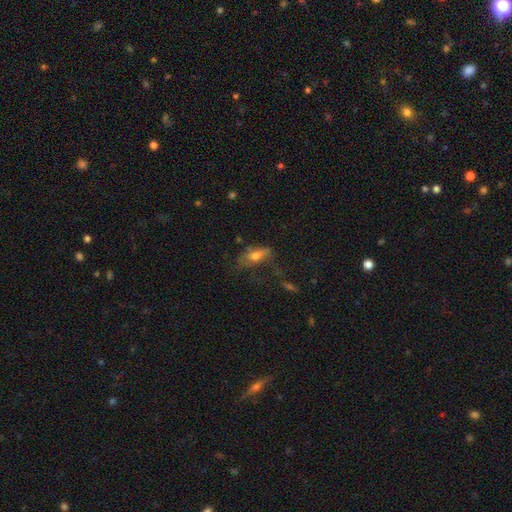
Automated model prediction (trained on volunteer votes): Q: Smooth or featured?
A: smooth (59%); runner-up: featured or disk (29%)
Q: How rounded?
A: in between (78%); runner-up: cigar-shaped (16%)
Q: Merging?
A: none (37%); runner-up: major disturbance (31%)